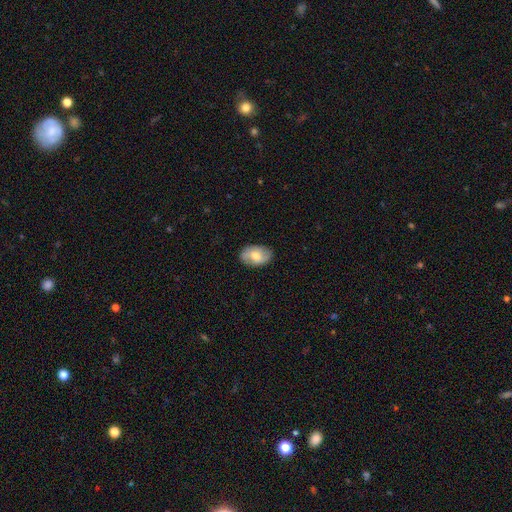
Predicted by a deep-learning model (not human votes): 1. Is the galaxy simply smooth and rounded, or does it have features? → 55% smooth, 38% featured or disk, 7% star or artifact.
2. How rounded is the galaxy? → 88% in between, 10% round, 2% cigar-shaped.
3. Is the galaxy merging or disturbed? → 83% none, 13% minor disturbance, 3% major disturbance, 1% merger.